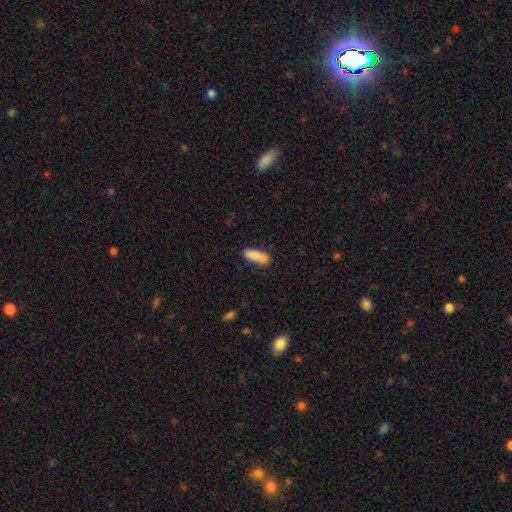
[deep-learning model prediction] Overall: smooth (83%). How rounded: in between (53%; cigar-shaped 45%). Merging: none (66%).